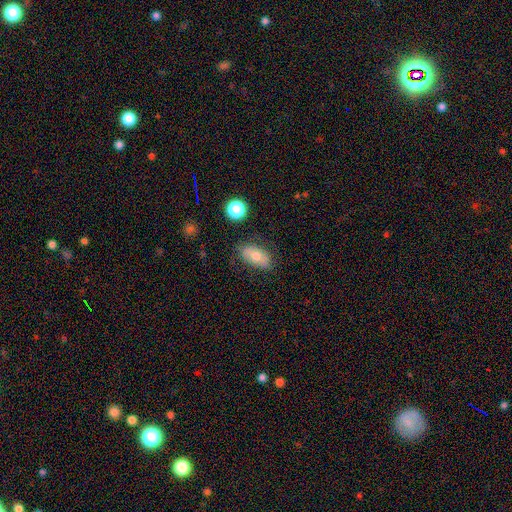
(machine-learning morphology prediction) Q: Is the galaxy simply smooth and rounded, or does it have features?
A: smooth — 66%.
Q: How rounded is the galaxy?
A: in between — 89%.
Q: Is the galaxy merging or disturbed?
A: none — 77%.